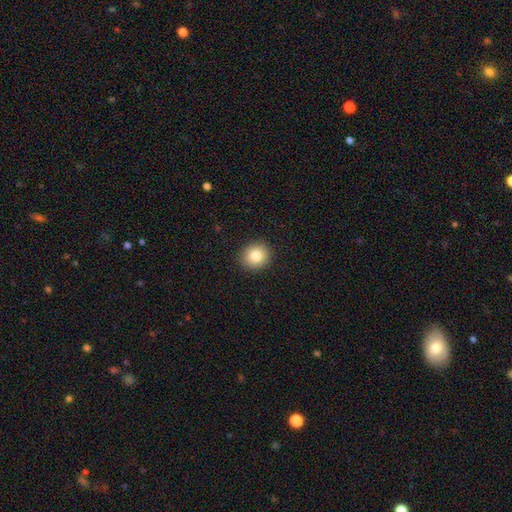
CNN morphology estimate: A smooth galaxy with no disk features (84%) that is round (83%). Merging: none (91%).